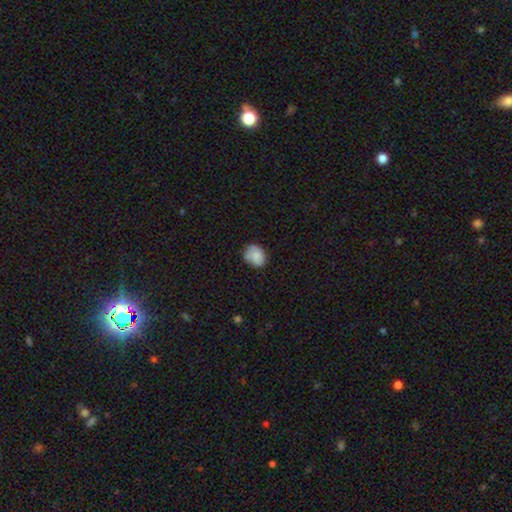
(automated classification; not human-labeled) A smooth galaxy with no disk features (81%) that is round (51%). Merging: none (67%).